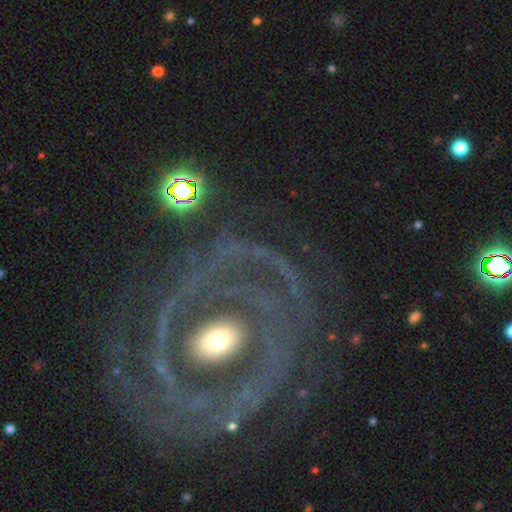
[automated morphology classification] Smooth or featured? featured or disk (84%)
Edge-on disk? no (96%)
Bar? no (60%)
Spiral arms? yes (80%)
Spiral winding? tight (70%)
Spiral arm count? can't tell (29%)
Bulge size? moderate (55%)
Merging? none (74%)